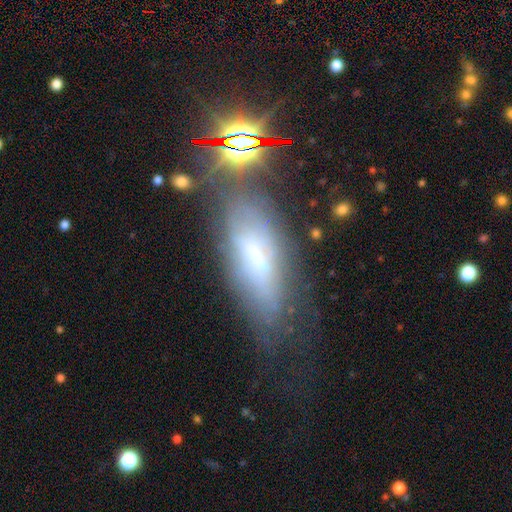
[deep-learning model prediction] A featured or disk galaxy (46%).

Vote fractions:
- Smooth or featured? featured or disk: 46% / smooth: 35% / star or artifact: 20%
- Merging? none: 58% / minor disturbance: 23% / major disturbance: 13% / merger: 5%